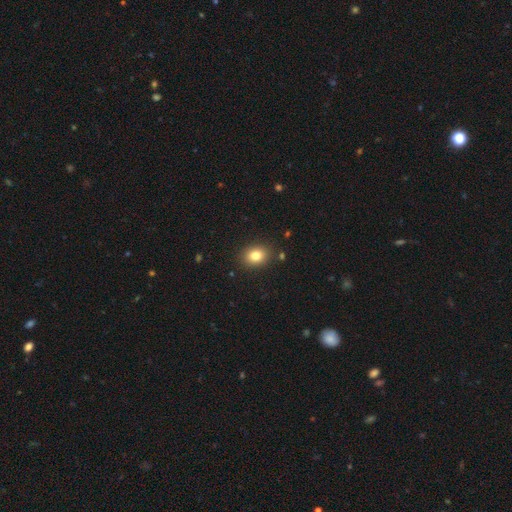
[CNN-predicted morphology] smooth 81%, star or artifact 11%, featured or disk 8%. Down the decision tree: how rounded — in between (55%); merging — none (88%).